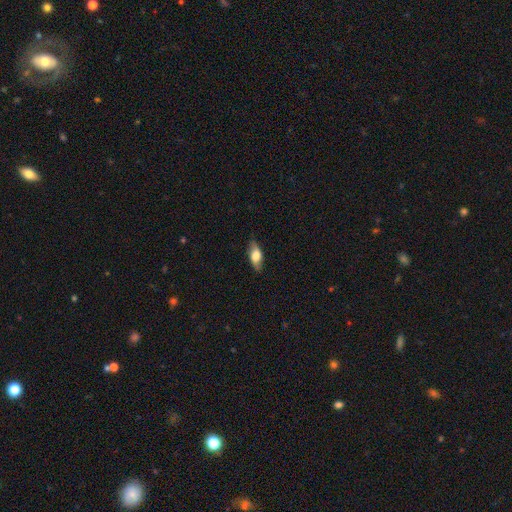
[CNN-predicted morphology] type=smooth (59%); roundness=in between (78%); merging=none (83%).